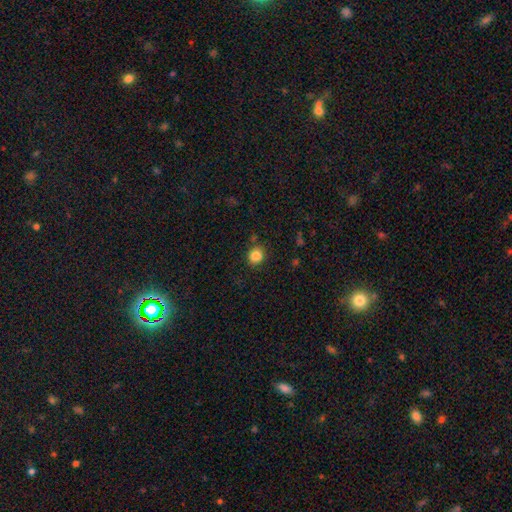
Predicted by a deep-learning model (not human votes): Smooth or featured: smooth — 85% (star or artifact — 11%)
How rounded: round — 79% (in between — 20%)
Merging: none — 82% (minor disturbance — 11%)